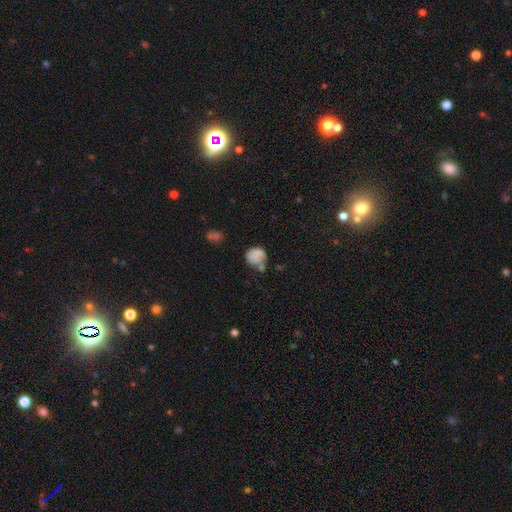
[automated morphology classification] Smooth or featured? Predicted: smooth (p=0.76). How rounded? Predicted: round (p=0.73). Merging? Predicted: none (p=0.42).